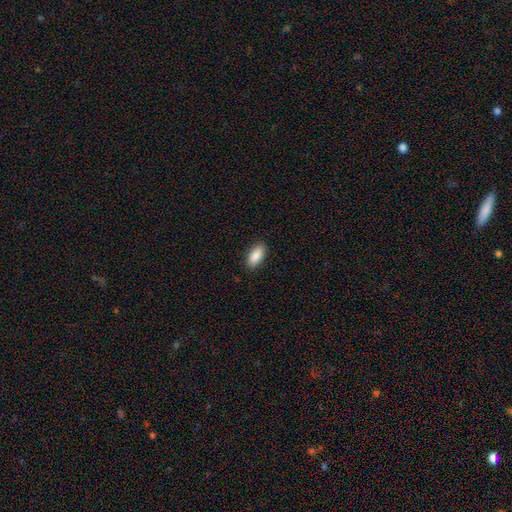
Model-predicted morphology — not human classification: smooth-or-featured: smooth: 89% | star or artifact: 6% | featured or disk: 5%
  how-rounded: in between: 89% | cigar-shaped: 9% | round: 2%
  merging: none: 88% | minor disturbance: 9% | major disturbance: 2% | merger: 1%